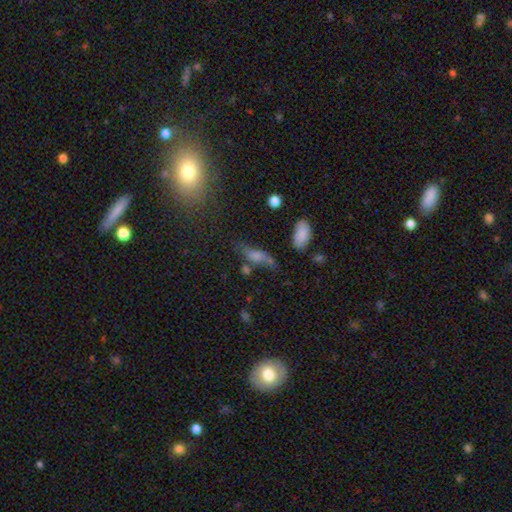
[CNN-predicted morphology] A smooth galaxy with no disk features (54%) that is in between round and cigar-shaped (54%). Merging: none (53%).